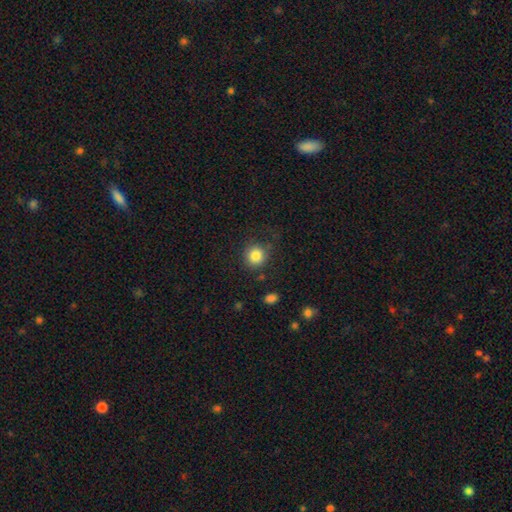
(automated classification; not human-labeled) smooth-or-featured: smooth: 84% | star or artifact: 10% | featured or disk: 6%
  how-rounded: round: 91% | in between: 8% | cigar-shaped: 1%
  merging: none: 79% | minor disturbance: 12% | major disturbance: 6% | merger: 3%